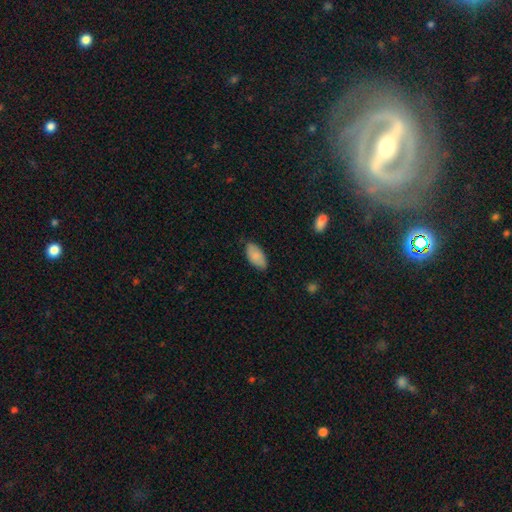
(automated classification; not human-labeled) This appears to be a smooth galaxy with no disk features (84%) that is in between round and cigar-shaped (94%). Merging: none (77%).